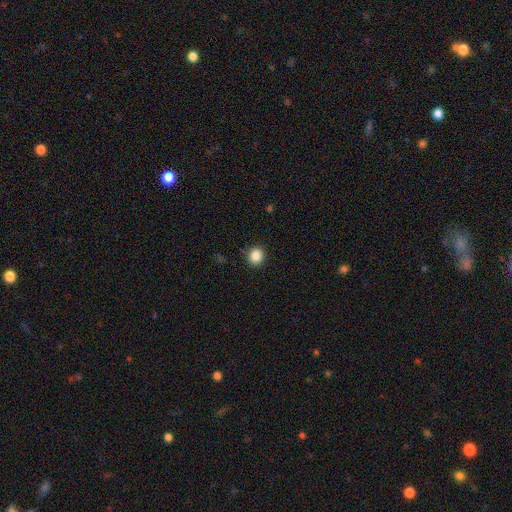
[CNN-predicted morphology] smooth_or_featured: smooth (p=0.86) [alt: star or artifact p=0.10]
how_rounded: round (p=0.85) [alt: in between p=0.14]
merging: none (p=0.90) [alt: minor disturbance p=0.07]